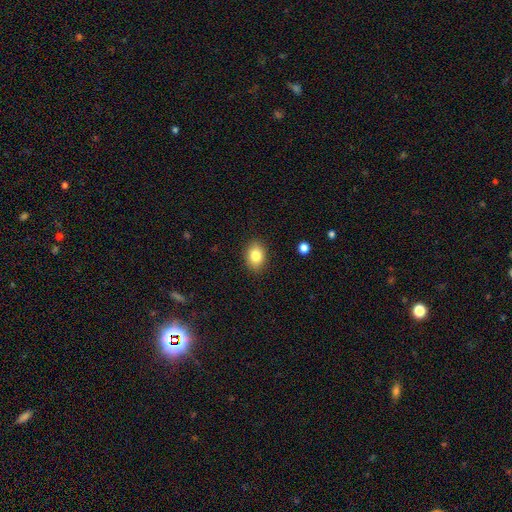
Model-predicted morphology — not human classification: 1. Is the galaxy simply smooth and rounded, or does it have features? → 84% smooth, 9% star or artifact, 8% featured or disk.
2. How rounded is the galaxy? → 71% in between, 28% round, 1% cigar-shaped.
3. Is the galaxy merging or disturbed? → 88% none, 9% minor disturbance, 2% major disturbance, 1% merger.